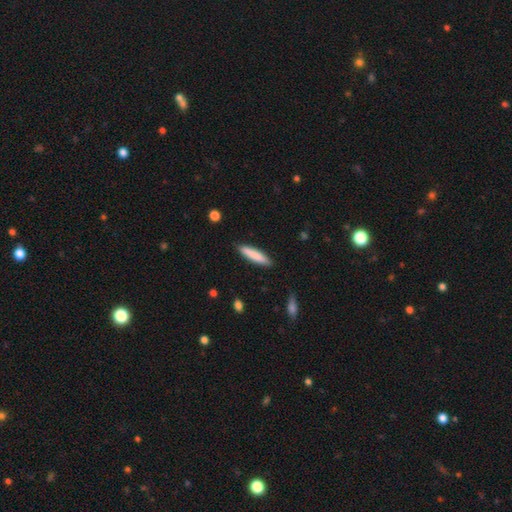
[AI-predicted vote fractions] Morphology: type=smooth (82%); roundness=cigar-shaped (84%); merging=none (88%).